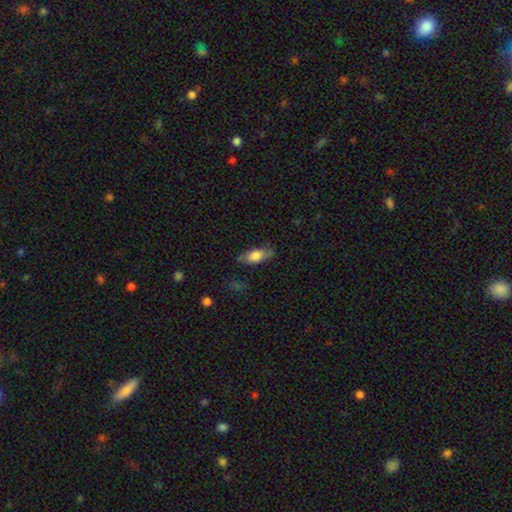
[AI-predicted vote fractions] smooth_or_featured: smooth (p=0.70) [alt: featured or disk p=0.23]
how_rounded: in between (p=0.78) [alt: cigar-shaped p=0.19]
merging: none (p=0.74) [alt: minor disturbance p=0.19]